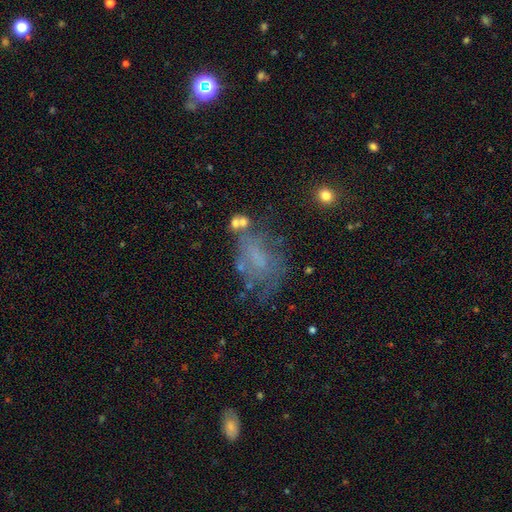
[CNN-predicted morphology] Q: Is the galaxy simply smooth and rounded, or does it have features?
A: featured or disk — 43%.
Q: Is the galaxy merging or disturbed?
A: none — 46%.